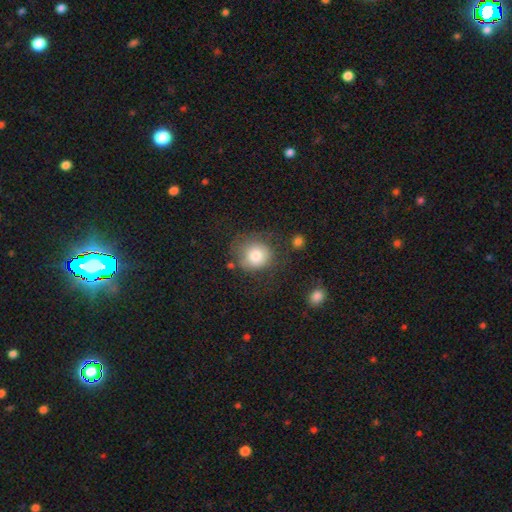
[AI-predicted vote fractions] Smooth or featured: smooth — 79% (featured or disk — 12%)
How rounded: round — 83% (in between — 16%)
Merging: none — 59% (minor disturbance — 22%)